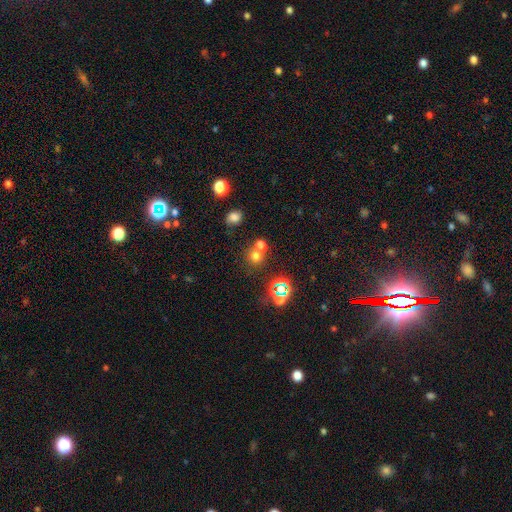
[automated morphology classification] This appears to be a smooth galaxy with no disk features (65%) that is round (85%). Merging: none (52%).